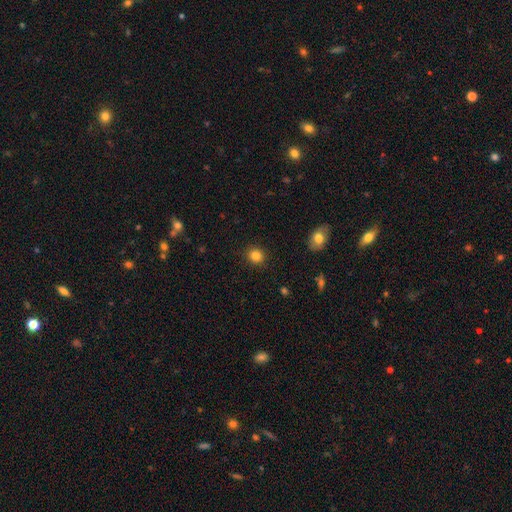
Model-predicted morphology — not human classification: smooth_or_featured: smooth (p=0.84) [alt: star or artifact p=0.11]
how_rounded: round (p=0.82) [alt: in between p=0.17]
merging: none (p=0.91) [alt: minor disturbance p=0.06]